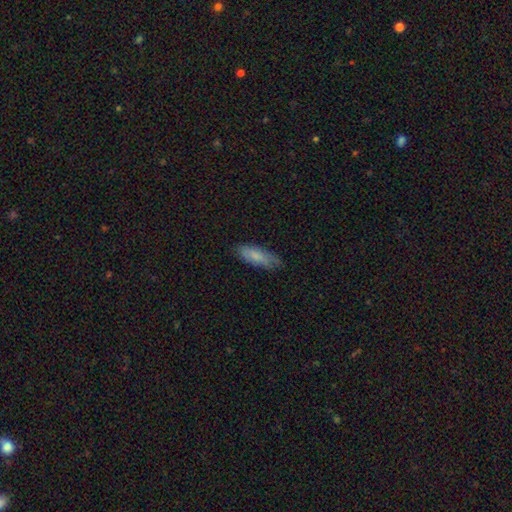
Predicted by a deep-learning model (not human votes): This appears to be a smooth galaxy with no disk features (78%) that is in between round and cigar-shaped (59%). Merging: none (71%).